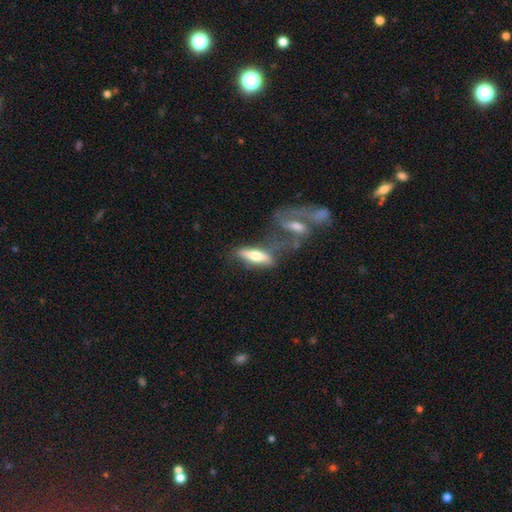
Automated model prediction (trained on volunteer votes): The model was most divided on "how rounded": cigar-shaped: 57%, in between: 41%, round: 3%. More confident: smooth or featured — smooth (55%); merging — none (50%).